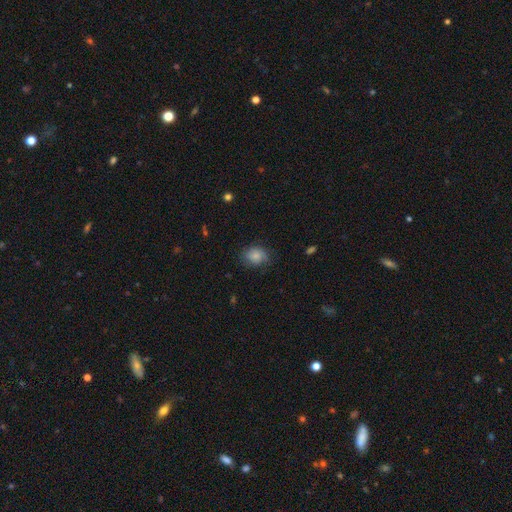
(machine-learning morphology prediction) The model was most divided on "how rounded": round: 52%, in between: 47%, cigar-shaped: 1%. More confident: smooth or featured — smooth (76%); merging — none (64%).